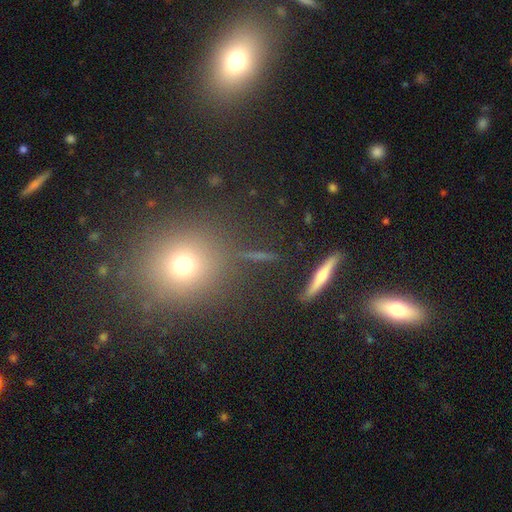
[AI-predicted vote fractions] Overall: smooth (34%; star or artifact 33%). Merging: none (86%).